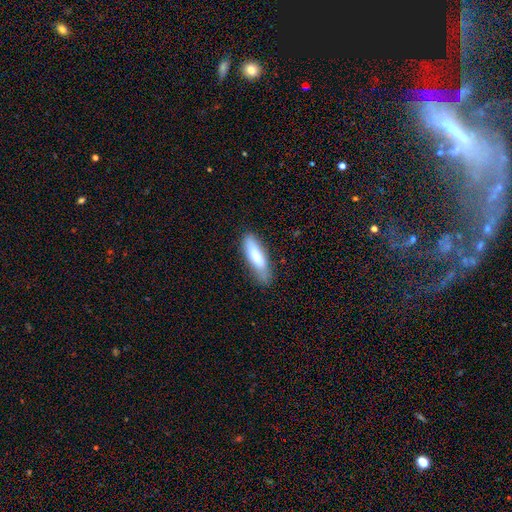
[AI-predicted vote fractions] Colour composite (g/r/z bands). It shows a smooth galaxy with no disk features (73%) that is cigar-shaped (60%). Merging: none (73%).